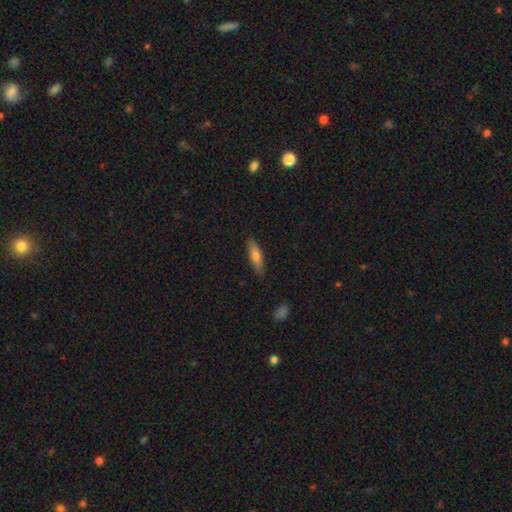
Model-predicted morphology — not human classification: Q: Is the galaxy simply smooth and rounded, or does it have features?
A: smooth — 72%.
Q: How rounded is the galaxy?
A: cigar-shaped — 63%.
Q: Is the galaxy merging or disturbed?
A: none — 86%.